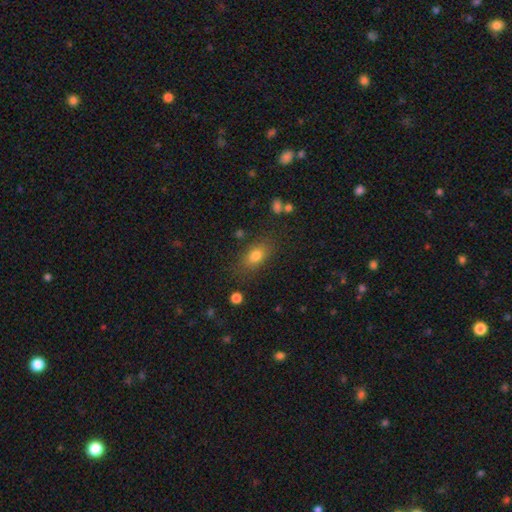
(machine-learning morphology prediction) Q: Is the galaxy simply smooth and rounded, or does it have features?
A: smooth — 78%.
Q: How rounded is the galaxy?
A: in between — 79%.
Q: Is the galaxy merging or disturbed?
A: none — 77%.